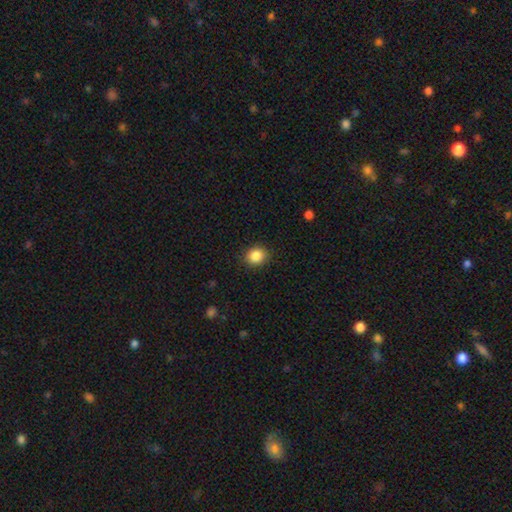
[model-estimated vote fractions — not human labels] A smooth galaxy with no disk features (86%) that is round (71%). Merging: none (89%).